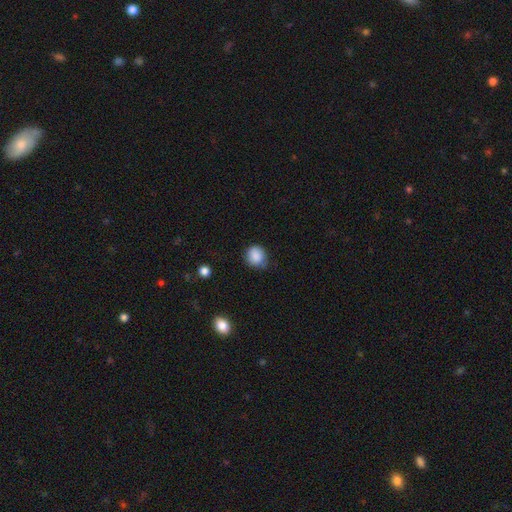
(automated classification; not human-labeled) Overall: smooth (87%). How rounded: round (80%). Merging: none (69%).